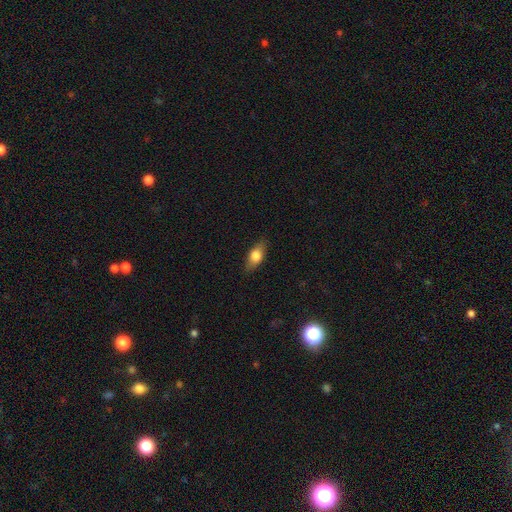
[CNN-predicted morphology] Smooth or featured? smooth (71%)
How rounded? in between (78%)
Merging? none (83%)